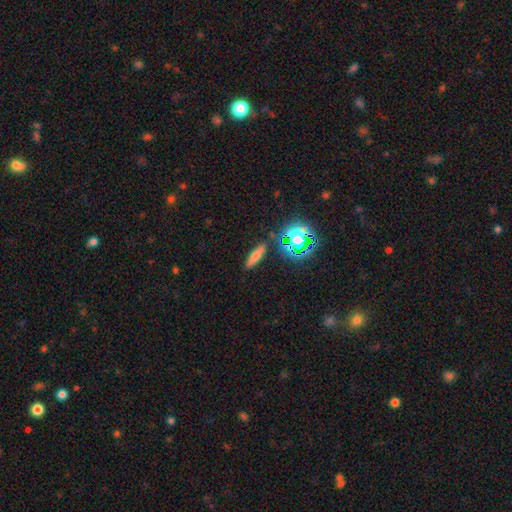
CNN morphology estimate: smooth 64%, star or artifact 19%, featured or disk 17%. Down the decision tree: how rounded — cigar-shaped (66%); merging — none (86%).